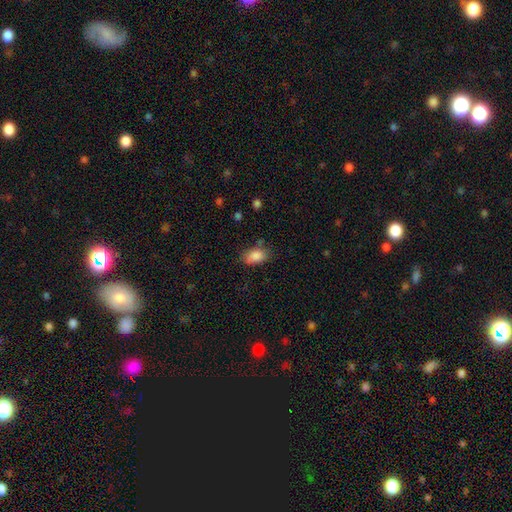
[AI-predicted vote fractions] Smooth or featured?
  - smooth: 87% *
  - star or artifact: 8%
  - featured or disk: 5%
How rounded?
  - in between: 89% *
  - round: 9%
  - cigar-shaped: 2%
Merging?
  - none: 71% *
  - minor disturbance: 21%
  - major disturbance: 5%
  - merger: 3%